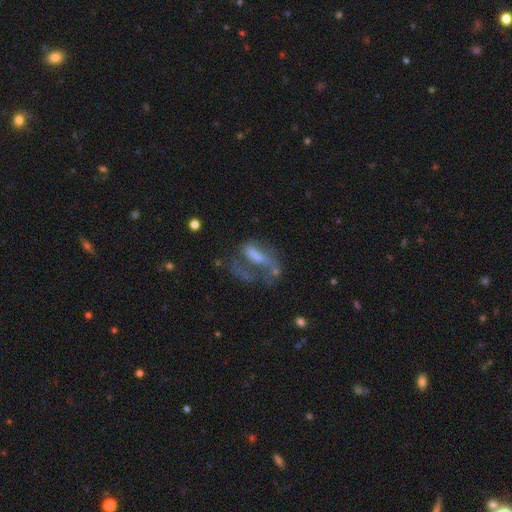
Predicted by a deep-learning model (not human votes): The model was most divided on "merging": major disturbance: 41%, none: 34%, minor disturbance: 18%, merger: 8%. More confident: edge-on disk — no (87%); smooth or featured — featured or disk (56%).